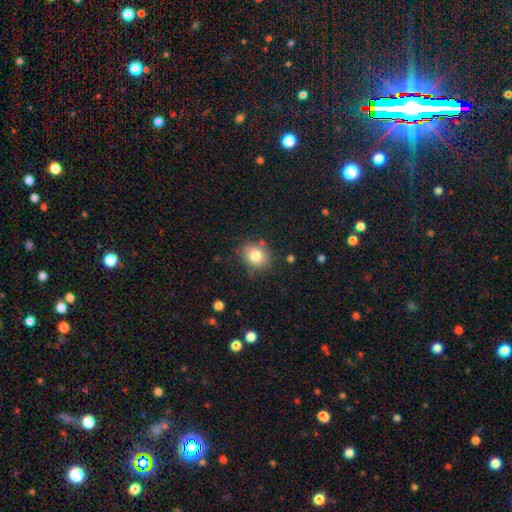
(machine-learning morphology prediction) A smooth galaxy with no disk features (81%) that is round (62%). Merging: none (78%).